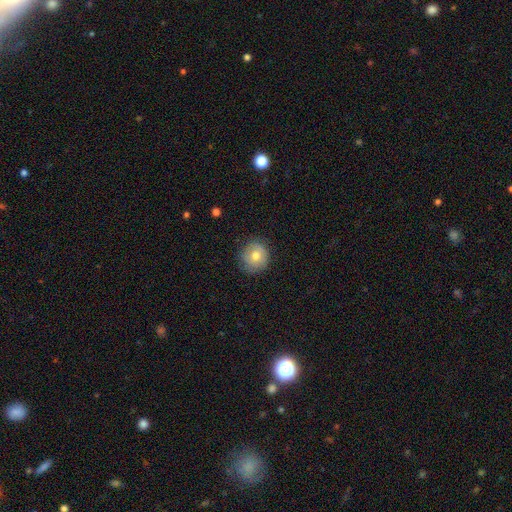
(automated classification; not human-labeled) Smooth or featured? Predicted: smooth (p=0.69). How rounded? Predicted: round (p=0.90). Merging? Predicted: none (p=0.78).